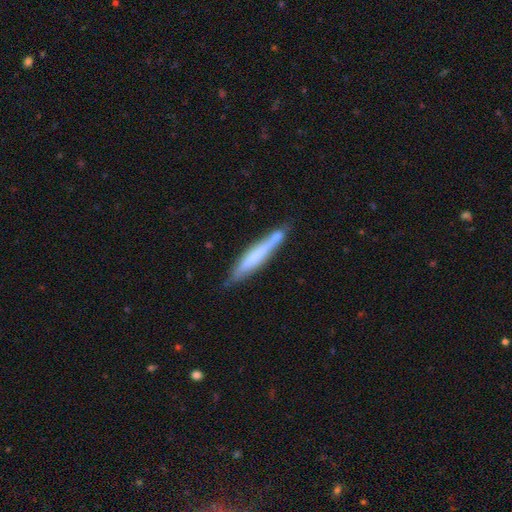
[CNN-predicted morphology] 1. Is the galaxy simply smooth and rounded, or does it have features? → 53% smooth, 41% featured or disk, 6% star or artifact.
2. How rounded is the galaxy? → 93% cigar-shaped, 6% in between, 1% round.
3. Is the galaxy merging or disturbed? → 68% none, 20% minor disturbance, 8% merger, 4% major disturbance.